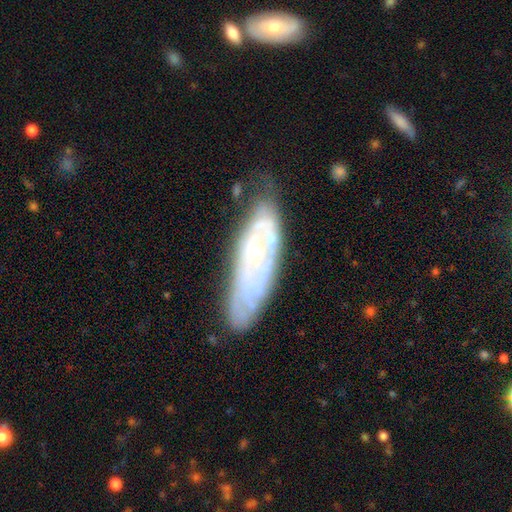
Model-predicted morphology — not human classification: Smooth or featured? Predicted: featured or disk (p=0.68). Edge-on disk? Predicted: no (p=0.79). Bar? Predicted: no (p=0.78). Spiral arms? Predicted: yes (p=0.60). Bulge size? Predicted: small (p=0.70). Merging? Predicted: none (p=0.60).